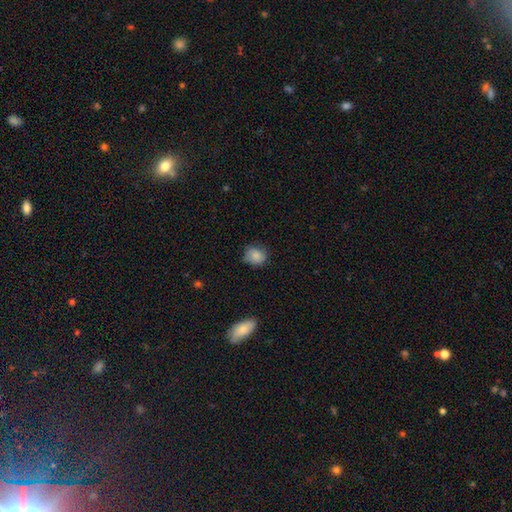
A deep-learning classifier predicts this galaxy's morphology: This appears to be a smooth galaxy with no disk features (86%) that is round (69%). Merging: none (71%).